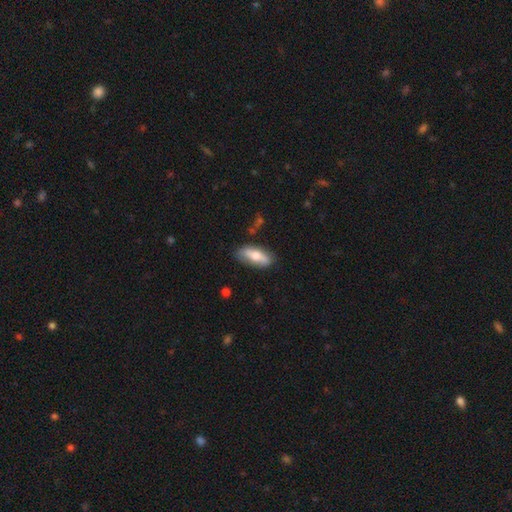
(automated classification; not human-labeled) Smooth or featured? smooth (61%)
How rounded? in between (75%)
Merging? none (77%)